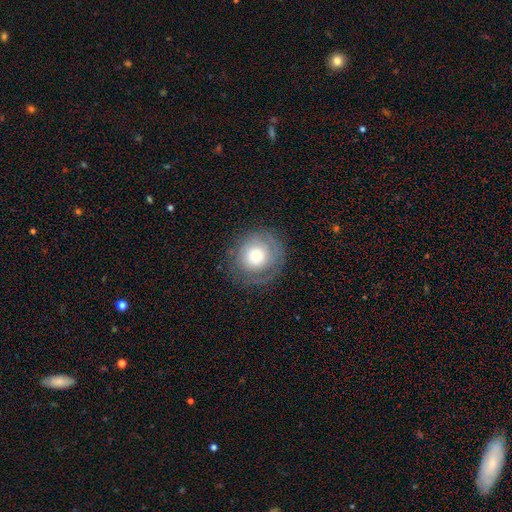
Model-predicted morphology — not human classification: The model was most divided on "smooth or featured": smooth: 61%, featured or disk: 30%, star or artifact: 9%. More confident: how rounded — round (90%); merging — none (77%).